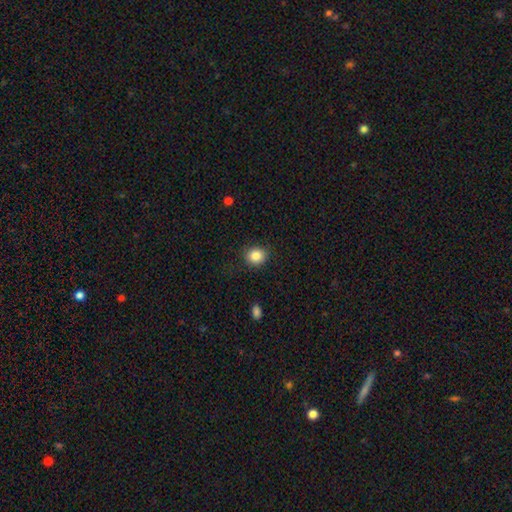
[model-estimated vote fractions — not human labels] Smooth or featured?
  - smooth: 85% *
  - star or artifact: 10%
  - featured or disk: 5%
How rounded?
  - round: 76% *
  - in between: 23%
  - cigar-shaped: 1%
Merging?
  - none: 86% *
  - minor disturbance: 10%
  - major disturbance: 3%
  - merger: 1%